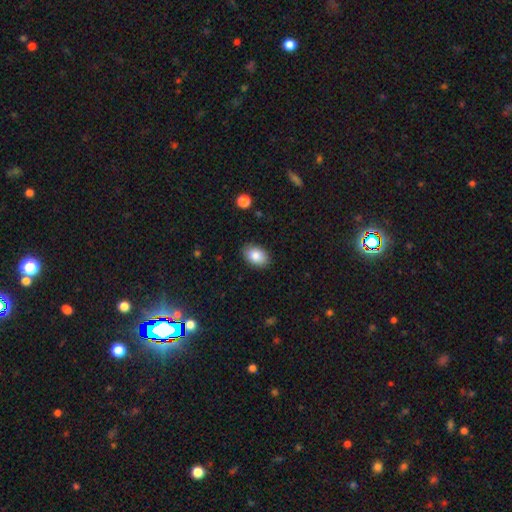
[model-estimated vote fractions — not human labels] A smooth galaxy with no disk features (86%) that is in between round and cigar-shaped (88%).

Vote fractions:
- Smooth or featured? smooth: 86% / star or artifact: 7% / featured or disk: 7%
- How rounded? in between: 88% / round: 11% / cigar-shaped: 1%
- Merging? none: 87% / minor disturbance: 9% / major disturbance: 2% / merger: 1%